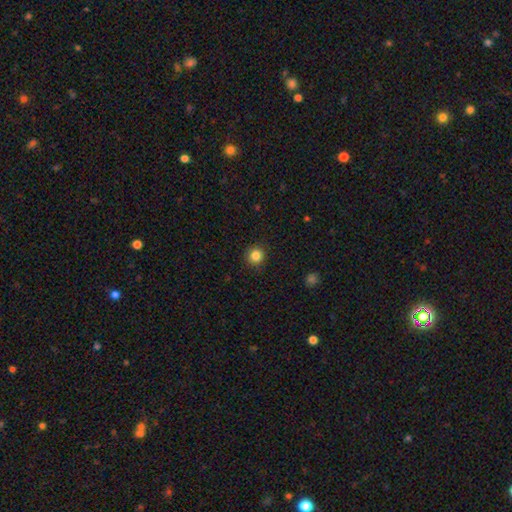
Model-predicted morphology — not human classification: Smooth or featured?
  - smooth: 85% *
  - star or artifact: 11%
  - featured or disk: 4%
How rounded?
  - round: 93% *
  - in between: 6%
  - cigar-shaped: 1%
Merging?
  - none: 91% *
  - minor disturbance: 6%
  - major disturbance: 2%
  - merger: 1%